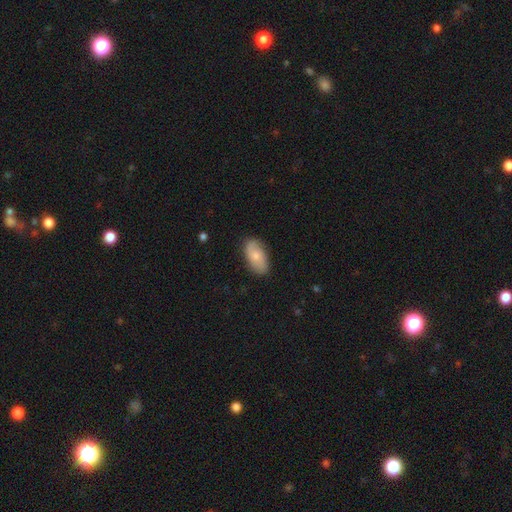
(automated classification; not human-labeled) Smooth or featured? smooth (68%)
How rounded? in between (93%)
Merging? none (81%)